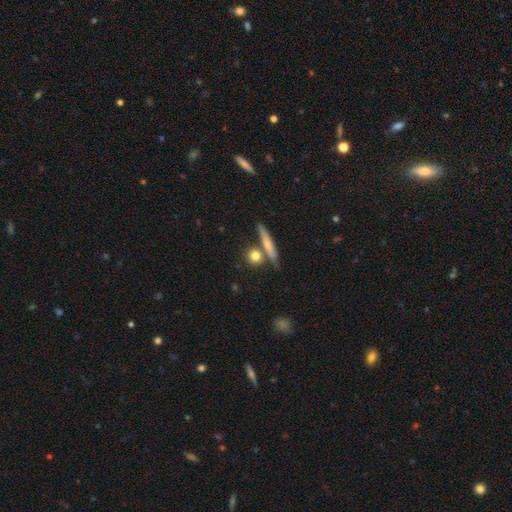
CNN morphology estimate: A smooth galaxy with no disk features (76%) that is round (68%).

Vote fractions:
- Smooth or featured? smooth: 76% / featured or disk: 16% / star or artifact: 8%
- How rounded? round: 68% / cigar-shaped: 18% / in between: 14%
- Merging? none: 66% / merger: 19% / minor disturbance: 11% / major disturbance: 4%